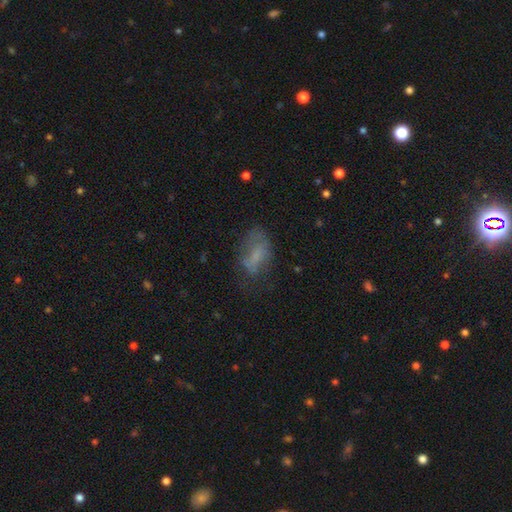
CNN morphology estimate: Smooth or featured? Predicted: smooth (p=0.56). How rounded? Predicted: in between (p=0.86). Merging? Predicted: none (p=0.44).